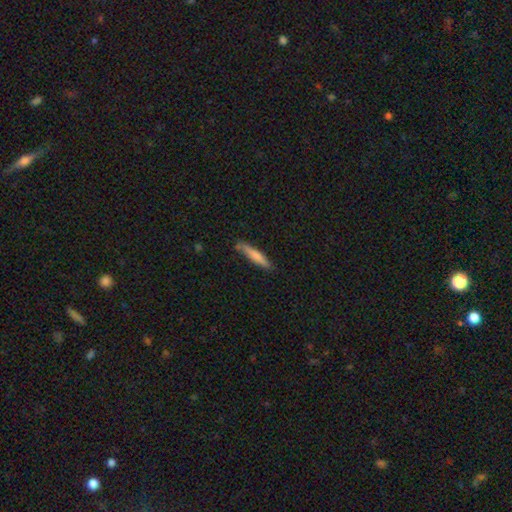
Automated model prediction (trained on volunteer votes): smooth 72%, featured or disk 23%, star or artifact 6%. Down the decision tree: how rounded — cigar-shaped (90%); merging — none (80%).